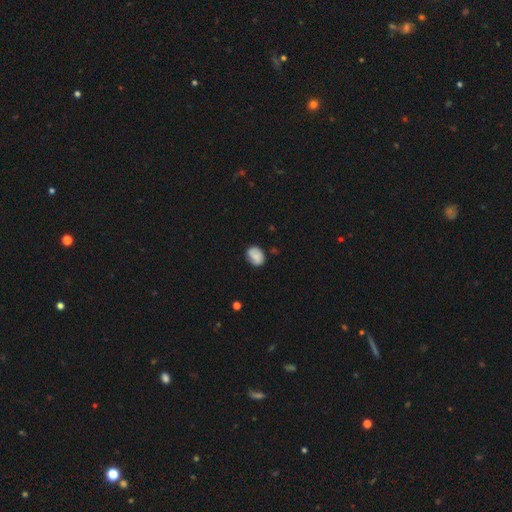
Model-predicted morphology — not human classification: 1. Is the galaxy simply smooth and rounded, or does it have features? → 68% smooth, 24% featured or disk, 8% star or artifact.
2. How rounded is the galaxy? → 62% in between, 37% round, 1% cigar-shaped.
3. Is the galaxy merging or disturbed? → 71% none, 22% minor disturbance, 5% major disturbance, 2% merger.